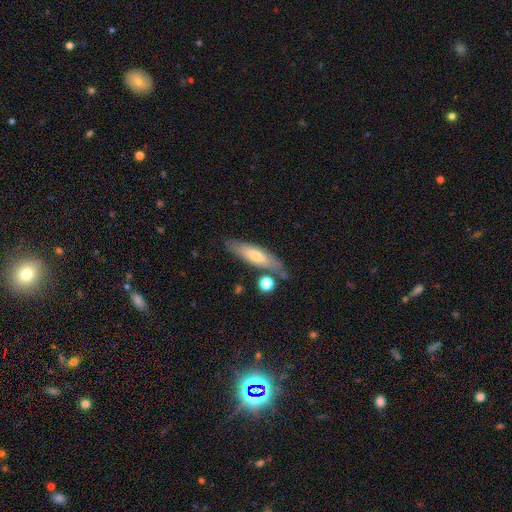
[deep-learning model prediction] smooth-or-featured: smooth: 57% | featured or disk: 36% | star or artifact: 7%
  how-rounded: cigar-shaped: 68% | in between: 30% | round: 2%
  merging: none: 72% | minor disturbance: 16% | merger: 7% | major disturbance: 5%